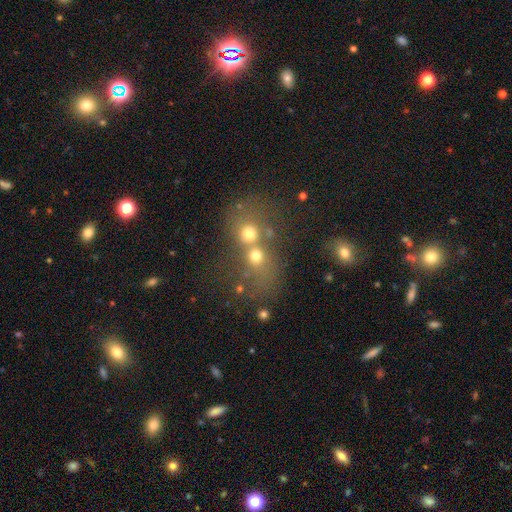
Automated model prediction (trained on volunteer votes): smooth-or-featured: smooth: 59% | star or artifact: 21% | featured or disk: 20%
  how-rounded: round: 70% | in between: 28% | cigar-shaped: 2%
  merging: merger: 63% | none: 24% | minor disturbance: 6% | major disturbance: 6%